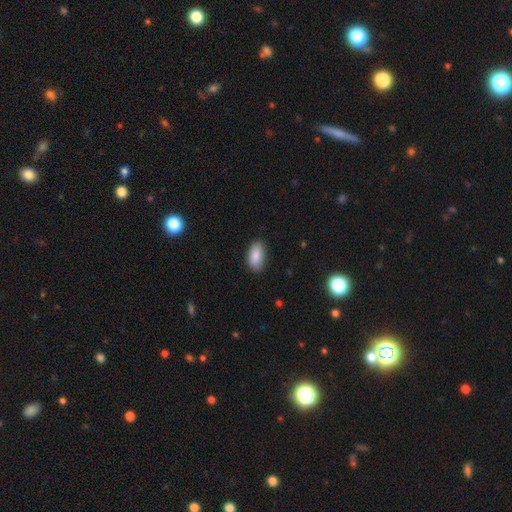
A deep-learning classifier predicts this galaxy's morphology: The model was most divided on "merging": none: 85%, minor disturbance: 11%, major disturbance: 2%, merger: 1%. More confident: how rounded — in between (93%); smooth or featured — smooth (87%).